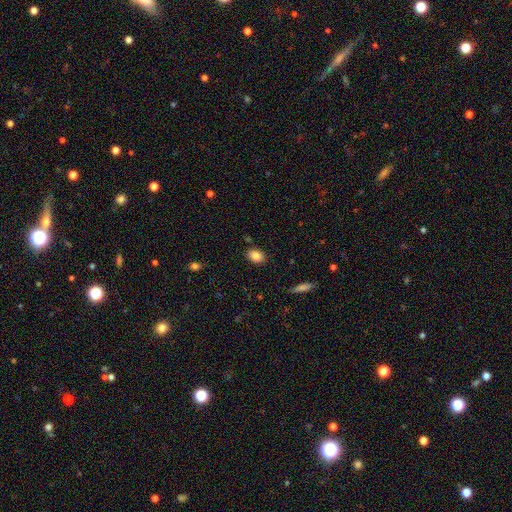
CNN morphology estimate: Smooth or featured: smooth — 86% (star or artifact — 8%)
How rounded: in between — 81% (round — 18%)
Merging: none — 87% (minor disturbance — 9%)